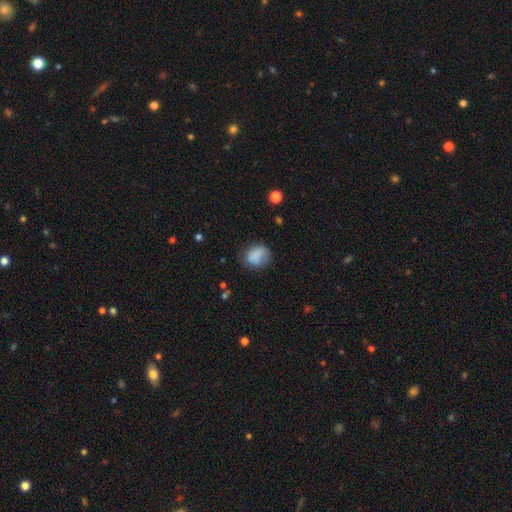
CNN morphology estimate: Overall: smooth (81%). How rounded: round (56%; in between 43%). Merging: none (60%; minor disturbance 26%).